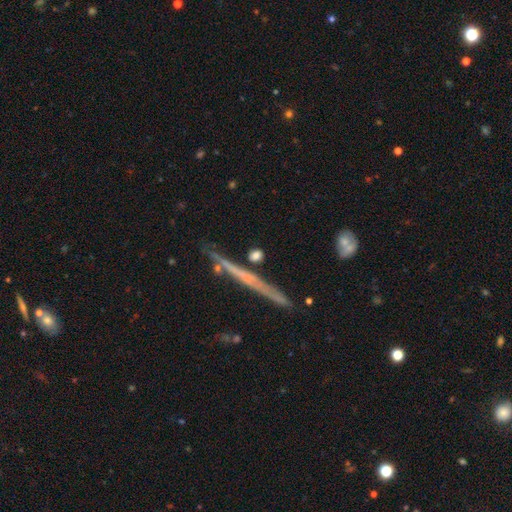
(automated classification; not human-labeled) smooth 65%, featured or disk 22%, star or artifact 13%. Down the decision tree: how rounded — round (55%); merging — none (80%).